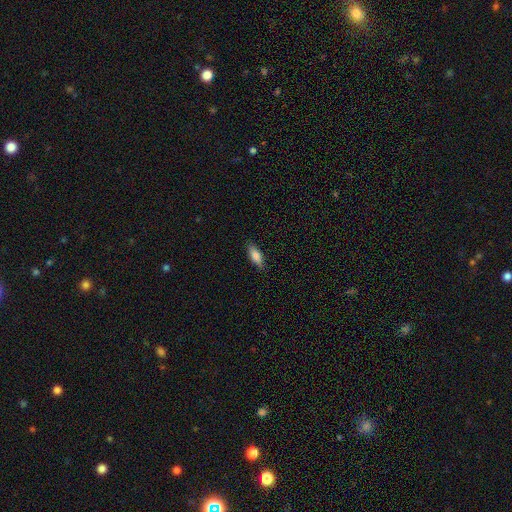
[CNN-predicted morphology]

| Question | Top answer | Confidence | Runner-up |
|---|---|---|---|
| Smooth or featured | smooth | 80% | featured or disk (14%) |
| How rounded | in between | 65% | cigar-shaped (33%) |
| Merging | none | 85% | minor disturbance (12%) |